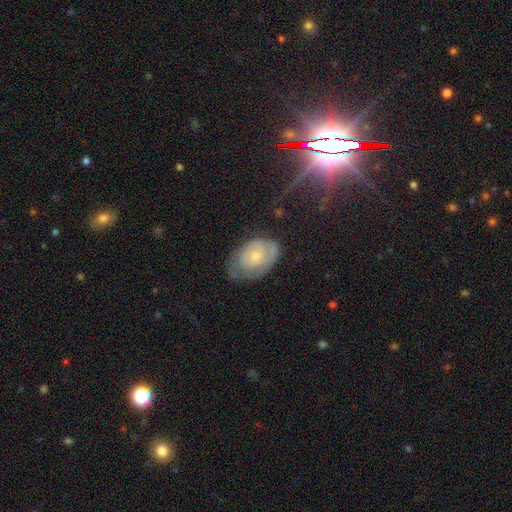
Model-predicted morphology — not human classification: smooth-or-featured: featured or disk: 46% | smooth: 45% | star or artifact: 8%
  merging: none: 58% | minor disturbance: 29% | major disturbance: 11% | merger: 2%